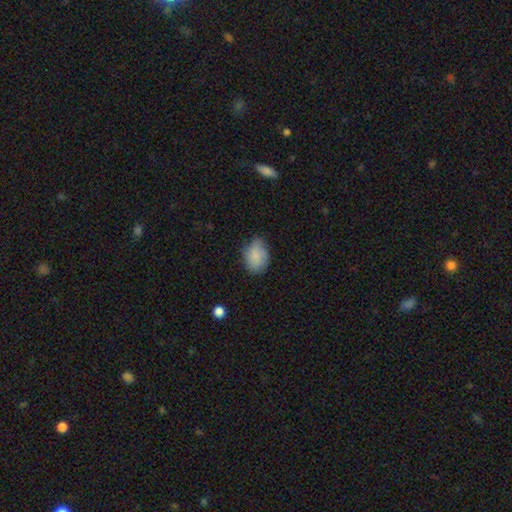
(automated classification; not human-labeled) This is clearly a smooth galaxy (84%). How rounded: likely in between (74%). Merging: likely none (67%).